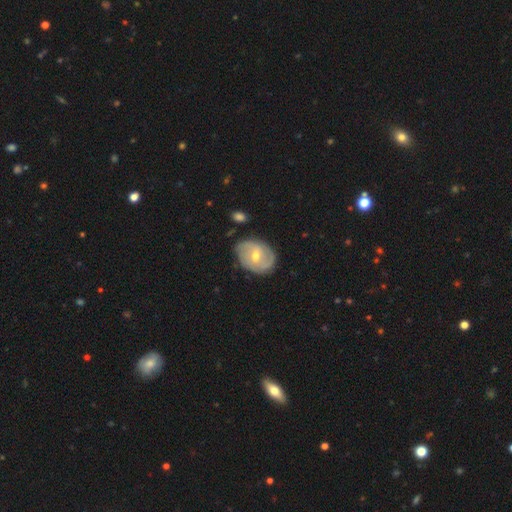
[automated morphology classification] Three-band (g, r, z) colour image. It shows a featured or disk galaxy (67%) with a weak bar (52%), spiral arms (78%) and a moderate central bulge (57%). Merging: none (73%).